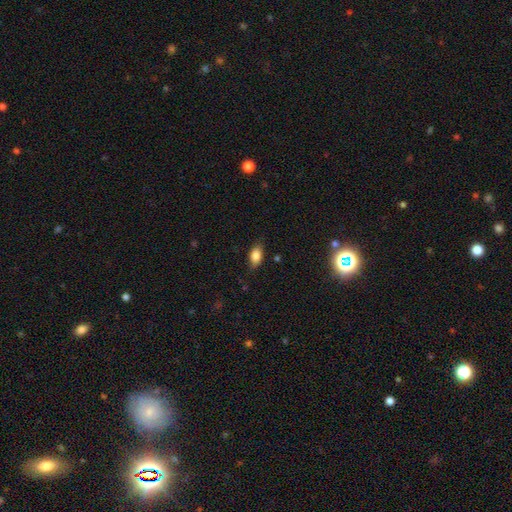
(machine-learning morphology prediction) A smooth galaxy with no disk features (84%) that is in between round and cigar-shaped (88%).

Vote fractions:
- Smooth or featured? smooth: 84% / star or artifact: 8% / featured or disk: 8%
- How rounded? in between: 88% / round: 7% / cigar-shaped: 5%
- Merging? none: 80% / minor disturbance: 16% / major disturbance: 3% / merger: 1%